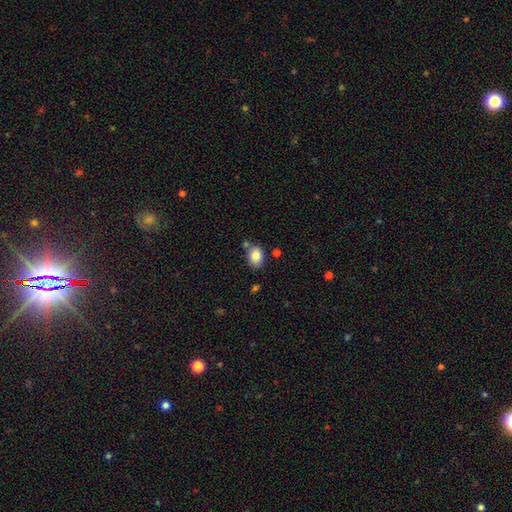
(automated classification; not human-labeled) smooth-or-featured: smooth: 86% | star or artifact: 8% | featured or disk: 6%
  how-rounded: in between: 64% | round: 35% | cigar-shaped: 1%
  merging: none: 71% | minor disturbance: 16% | merger: 10% | major disturbance: 4%